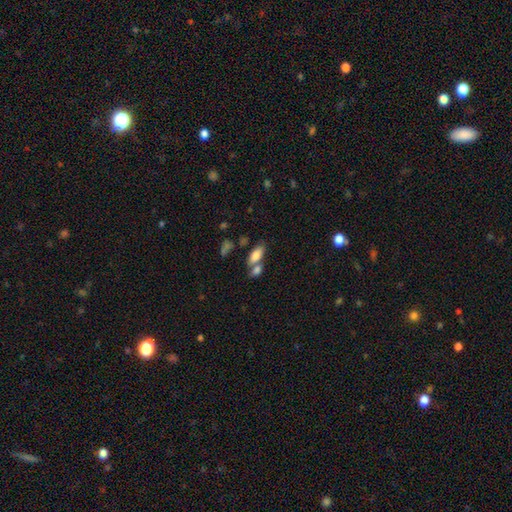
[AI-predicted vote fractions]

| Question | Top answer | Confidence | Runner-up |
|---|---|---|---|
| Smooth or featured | smooth | 79% | featured or disk (14%) |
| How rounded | in between | 83% | cigar-shaped (14%) |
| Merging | none | 48% | merger (37%) |